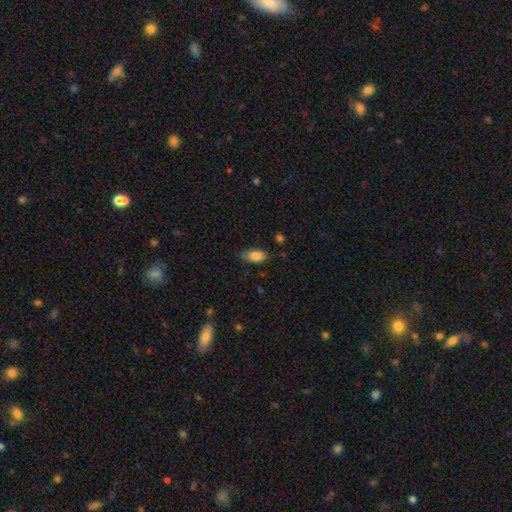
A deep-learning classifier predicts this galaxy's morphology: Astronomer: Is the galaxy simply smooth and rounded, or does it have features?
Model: smooth — 85%.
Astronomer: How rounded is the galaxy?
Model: in between — 92%.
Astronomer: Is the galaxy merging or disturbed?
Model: none — 68%.